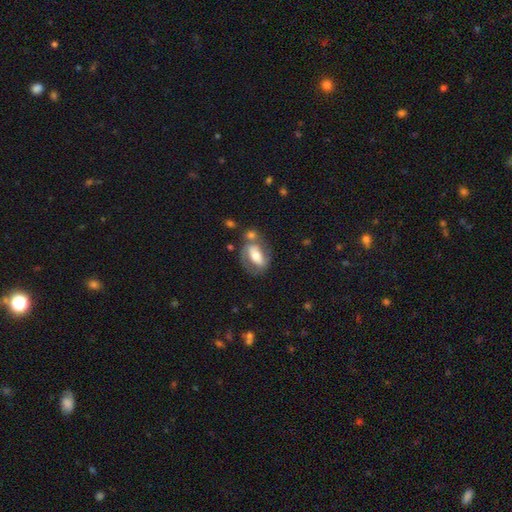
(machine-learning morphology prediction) A featured or disk galaxy (54%). Merging: none (51%).